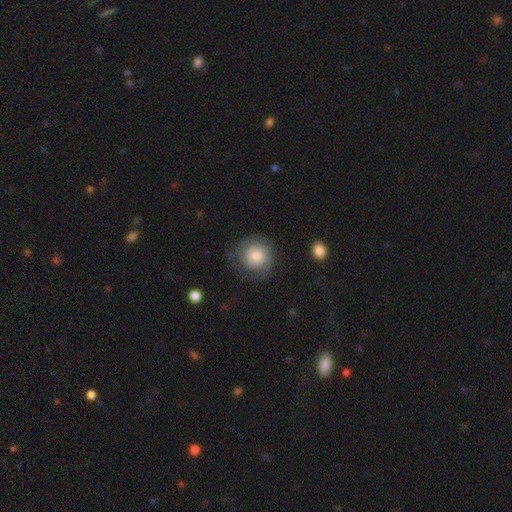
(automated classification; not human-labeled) smooth_or_featured: smooth (p=0.64) [alt: featured or disk p=0.29]
how_rounded: round (p=0.91) [alt: in between p=0.08]
merging: none (p=0.70) [alt: minor disturbance p=0.18]